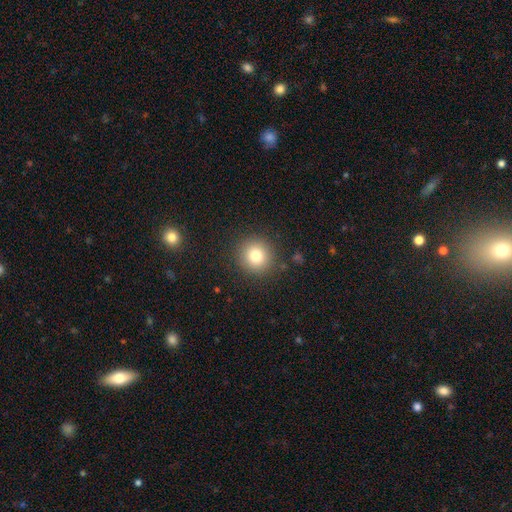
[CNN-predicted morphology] Smooth or featured? smooth (78%)
How rounded? round (93%)
Merging? none (89%)